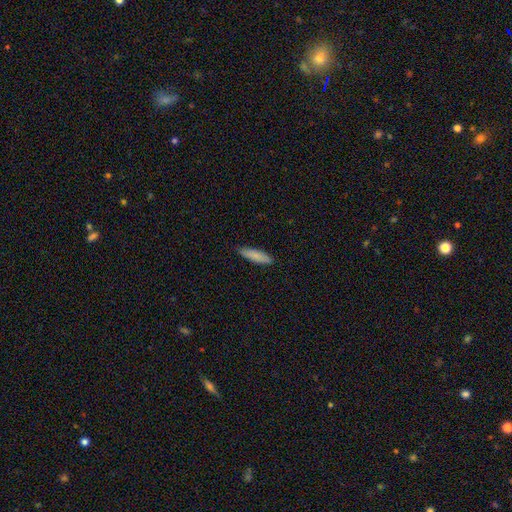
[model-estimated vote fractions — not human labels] smooth 85%, featured or disk 9%, star or artifact 6%. Down the decision tree: how rounded — cigar-shaped (67%); merging — none (87%).